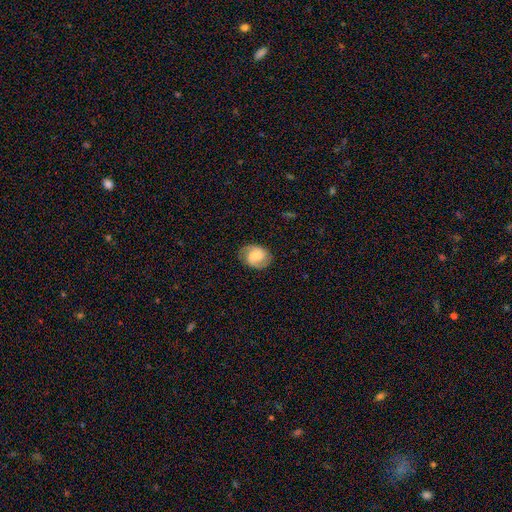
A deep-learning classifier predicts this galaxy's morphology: Smooth or featured?
  - featured or disk: 61% *
  - smooth: 32%
  - star or artifact: 8%
Edge-on disk?
  - no: 98% *
  - yes: 2%
Bar?
  - weak: 50% *
  - no: 35%
  - strong: 15%
Spiral arms?
  - yes: 92% *
  - no: 8%
Spiral winding?
  - medium: 47% *
  - tight: 32%
  - loose: 21%
Spiral arm count?
  - 2: 85% *
  - can't tell: 6%
  - 1: 5%
  - 3: 1%
  - 4: 1%
  - more than 4: 1%
Bulge size?
  - moderate: 34% *
  - small: 31%
  - none: 18%
  - large: 14%
  - dominant: 3%
Merging?
  - none: 79% *
  - minor disturbance: 15%
  - major disturbance: 5%
  - merger: 1%